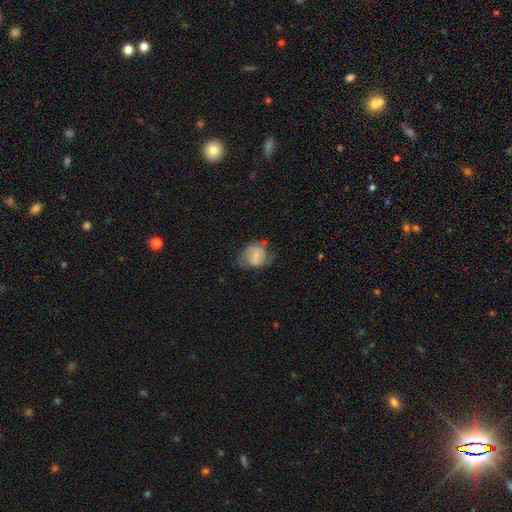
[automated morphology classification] A featured or disk galaxy (57%) with no bar (56%), spiral arms (79%) and a small central bulge (60%).

Vote fractions:
- Smooth or featured? featured or disk: 57% / smooth: 36% / star or artifact: 7%
- Edge-on disk? no: 98% / yes: 2%
- Bar? no: 56% / weak: 36% / strong: 8%
- Spiral arms? yes: 79% / no: 21%
- Bulge size? small: 60% / moderate: 24% / none: 12% / large: 3% / dominant: 1%
- Merging? none: 50% / minor disturbance: 29% / major disturbance: 19% / merger: 2%